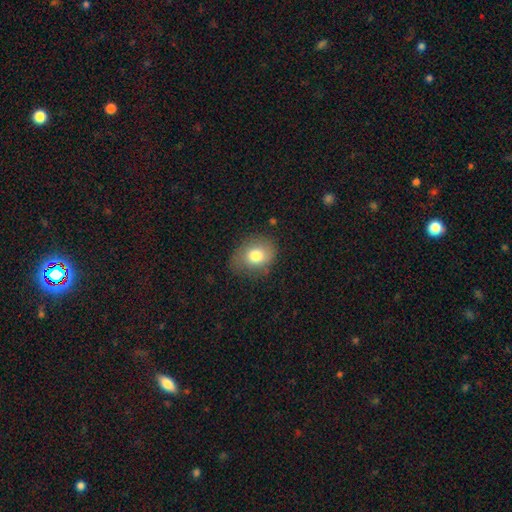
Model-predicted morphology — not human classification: type=smooth (78%); roundness=in between (52%); merging=none (72%).